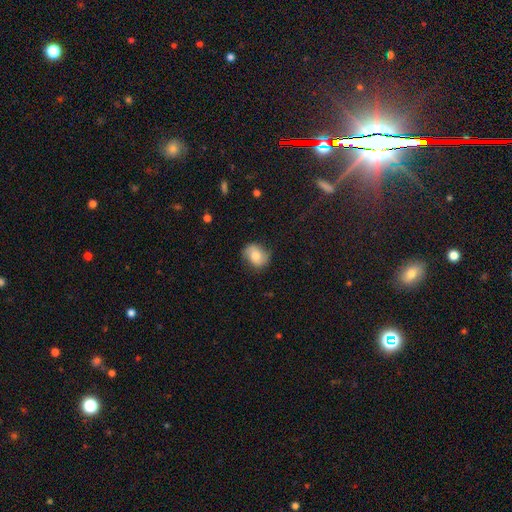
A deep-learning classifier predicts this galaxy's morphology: A smooth galaxy with no disk features (59%) that is in between round and cigar-shaped (50%). Merging: none (72%).